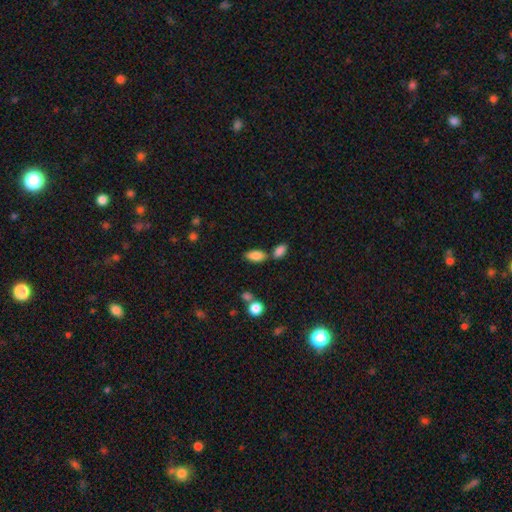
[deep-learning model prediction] Smooth or featured? smooth (85%)
How rounded? in between (89%)
Merging? none (63%)